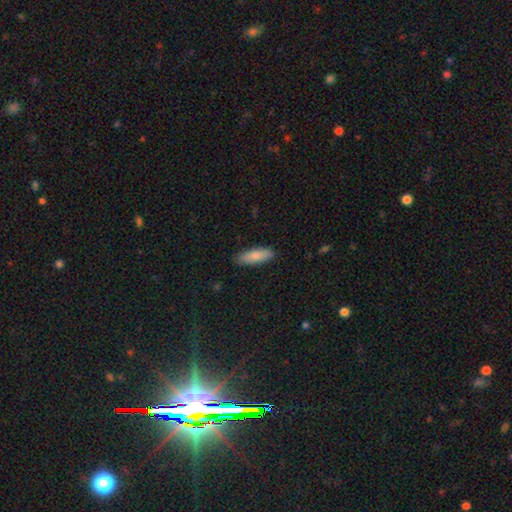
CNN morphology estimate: Smooth or featured? smooth (83%)
How rounded? in between (52%)
Merging? none (88%)